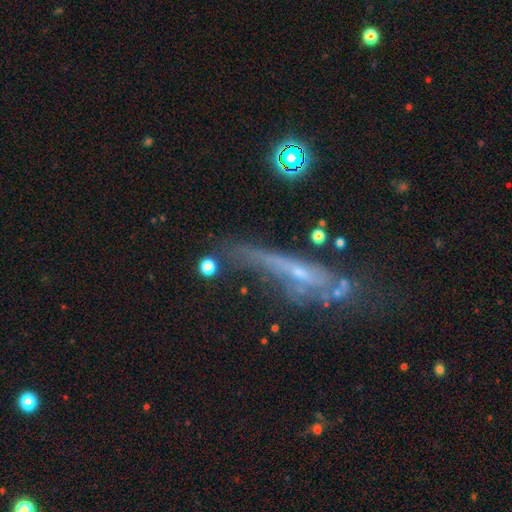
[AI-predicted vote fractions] Smooth or featured? Predicted: featured or disk (p=0.59). Edge-on disk? Predicted: yes (p=0.54). Merging? Predicted: none (p=0.36).